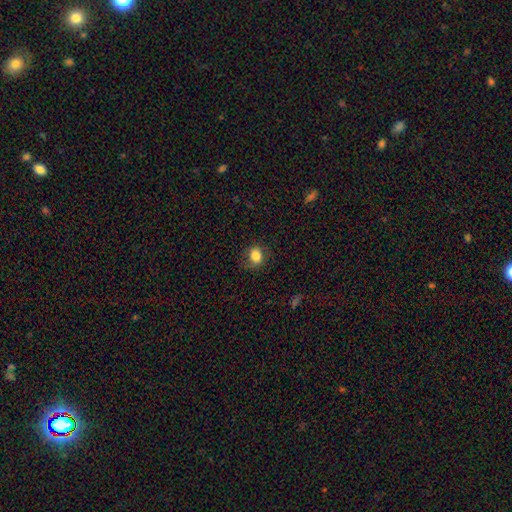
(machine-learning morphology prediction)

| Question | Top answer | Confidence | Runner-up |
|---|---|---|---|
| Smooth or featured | smooth | 81% | star or artifact (9%) |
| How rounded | round | 61% | in between (38%) |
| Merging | none | 72% | minor disturbance (19%) |